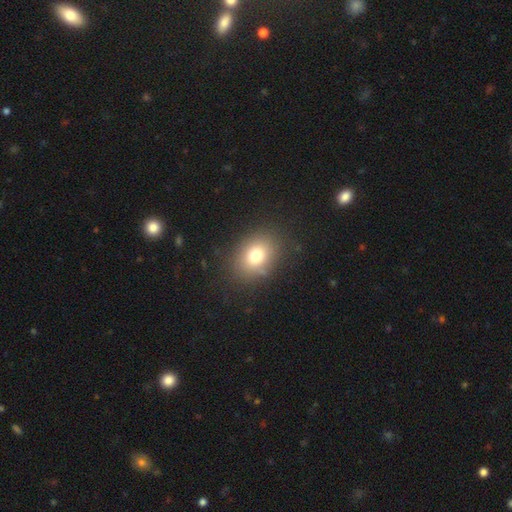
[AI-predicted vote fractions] A smooth galaxy with no disk features (75%) that is in between round and cigar-shaped (56%). Merging: none (82%).